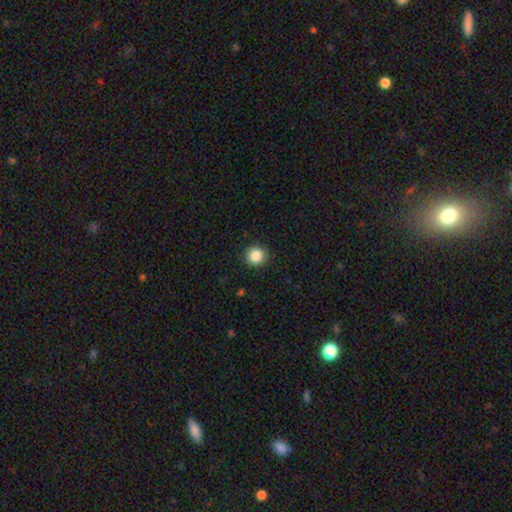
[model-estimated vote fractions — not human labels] A smooth galaxy with no disk features (86%) that is round (92%). Merging: none (92%).